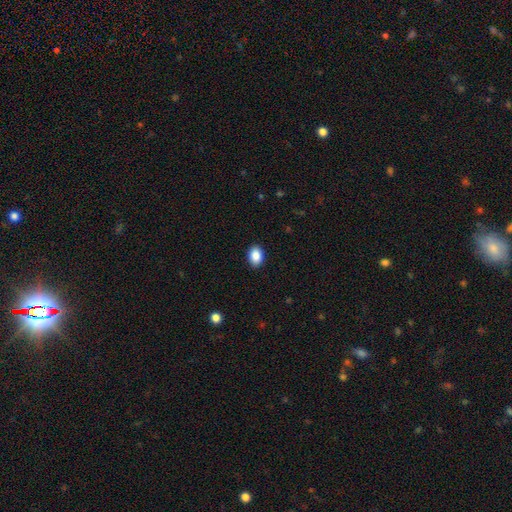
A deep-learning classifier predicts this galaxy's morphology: The model was most divided on "how rounded": in between: 79%, round: 20%, cigar-shaped: 1%. More confident: merging — none (90%); smooth or featured — smooth (89%).